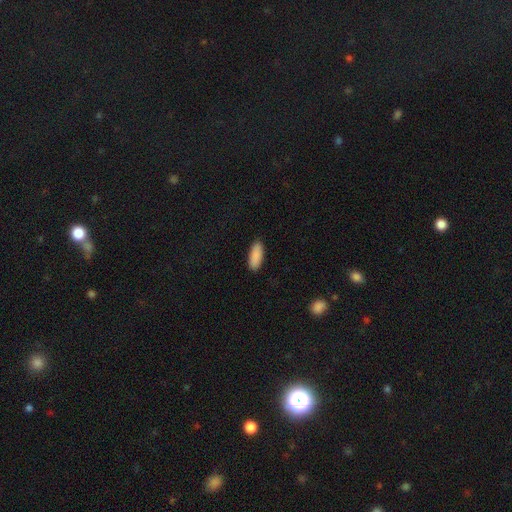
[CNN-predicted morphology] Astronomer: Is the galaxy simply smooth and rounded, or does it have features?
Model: smooth — 90%.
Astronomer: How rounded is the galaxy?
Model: in between — 76%.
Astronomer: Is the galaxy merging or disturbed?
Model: none — 89%.